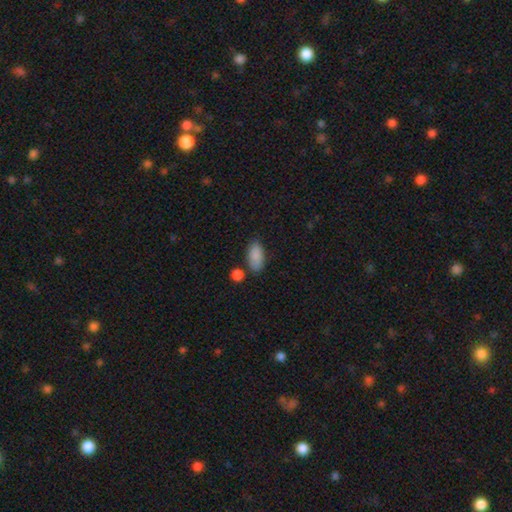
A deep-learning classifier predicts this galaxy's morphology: Smooth or featured?
  - smooth: 88% *
  - star or artifact: 7%
  - featured or disk: 5%
How rounded?
  - in between: 90% *
  - cigar-shaped: 7%
  - round: 3%
Merging?
  - none: 75% *
  - minor disturbance: 15%
  - merger: 7%
  - major disturbance: 4%